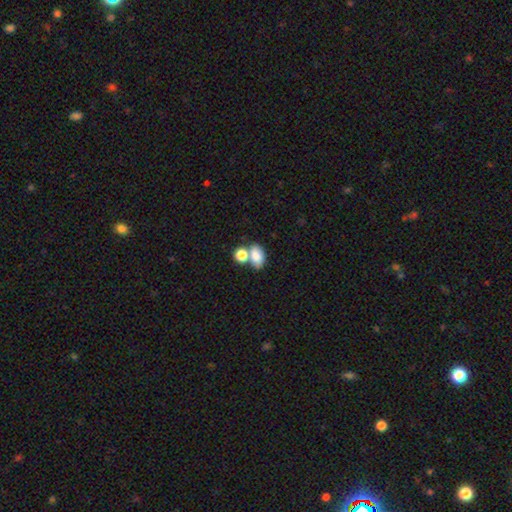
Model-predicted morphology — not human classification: smooth 80%, featured or disk 10%, star or artifact 10%. Down the decision tree: how rounded — in between (81%); merging — merger (44%).